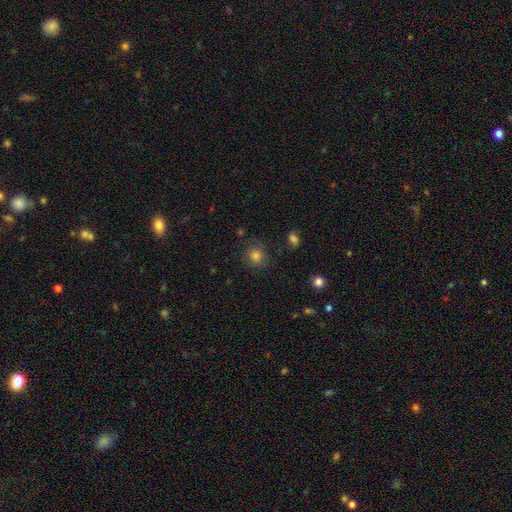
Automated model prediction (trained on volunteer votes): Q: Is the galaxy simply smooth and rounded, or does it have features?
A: smooth — 78%.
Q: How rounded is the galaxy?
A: round — 79%.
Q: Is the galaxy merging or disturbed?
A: none — 78%.